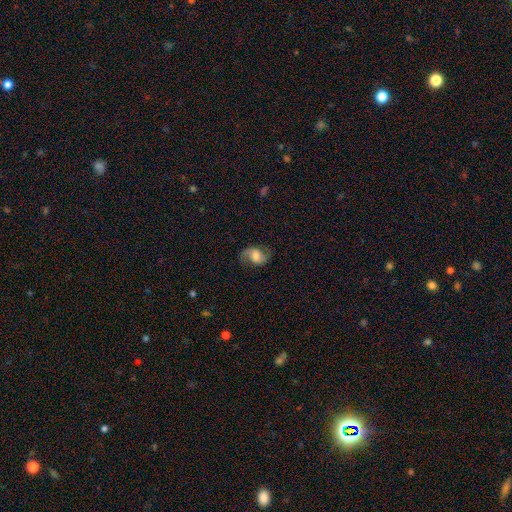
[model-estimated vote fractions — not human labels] This is likely a featured or disk galaxy (67%). It is clearly not viewed edge-on (97%). Bar: possibly no (52%). Spiral arm pattern: clearly yes (93%). Spiral arm count: clearly 2 (88%). Spiral winding: possibly loose (48%). Central bulge: marginally moderate (43%). Merging: likely none (73%).